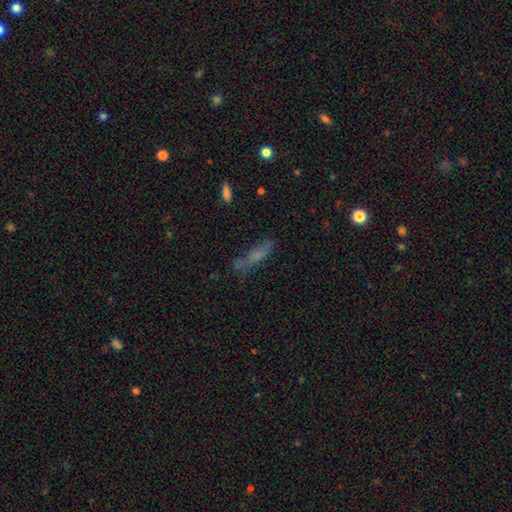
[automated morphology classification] The model was most divided on "smooth or featured": smooth: 51%, featured or disk: 31%, star or artifact: 19%. More confident: how rounded — cigar-shaped (67%); merging — none (60%).